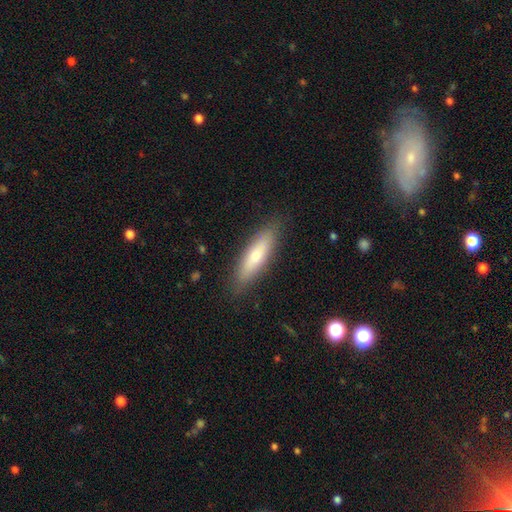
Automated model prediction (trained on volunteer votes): A smooth galaxy with no disk features (57%) that is cigar-shaped (66%). Merging: none (87%).